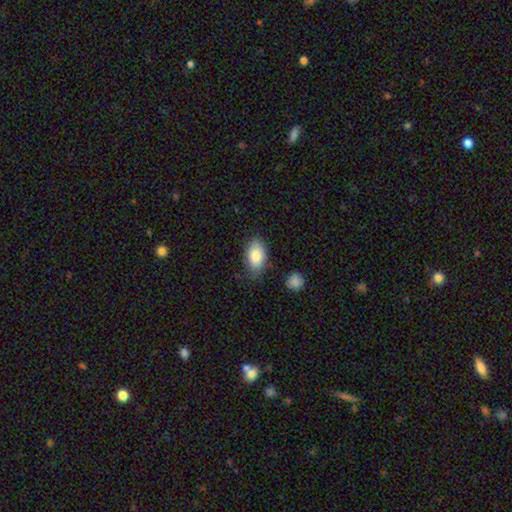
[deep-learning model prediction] Morphology: type=smooth (84%); roundness=in between (91%); merging=none (75%).